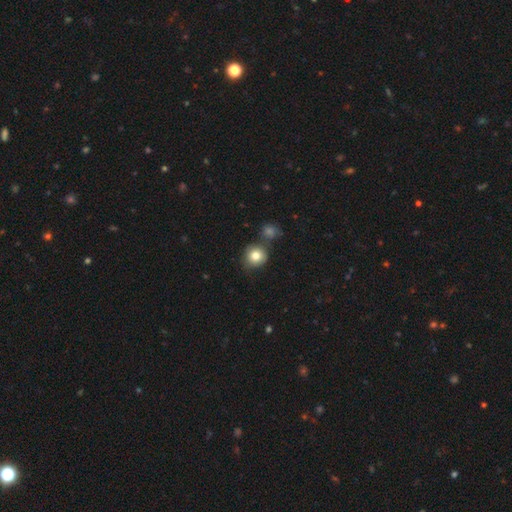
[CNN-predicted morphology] Smooth or featured?
  - smooth: 82% *
  - star or artifact: 9%
  - featured or disk: 9%
How rounded?
  - round: 87% *
  - in between: 12%
  - cigar-shaped: 1%
Merging?
  - none: 67% *
  - merger: 15%
  - minor disturbance: 14%
  - major disturbance: 4%